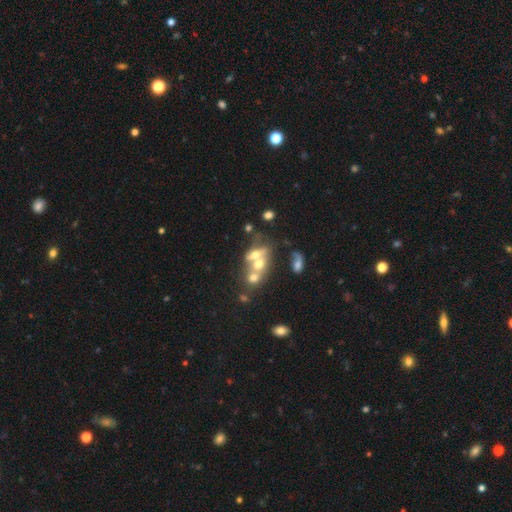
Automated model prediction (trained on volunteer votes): A smooth galaxy with no disk features (45%). Merging: merger (63%).